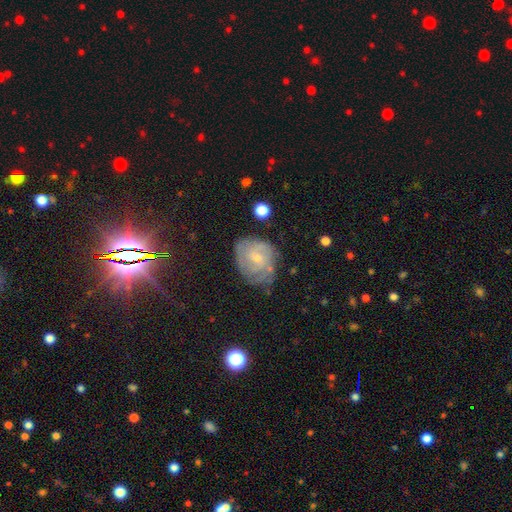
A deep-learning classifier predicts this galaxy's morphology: This appears to be a featured or disk galaxy (66%) with no bar (56%), tight (60%) spiral arms (86%) and a small central bulge (63%). Merging: none (65%).